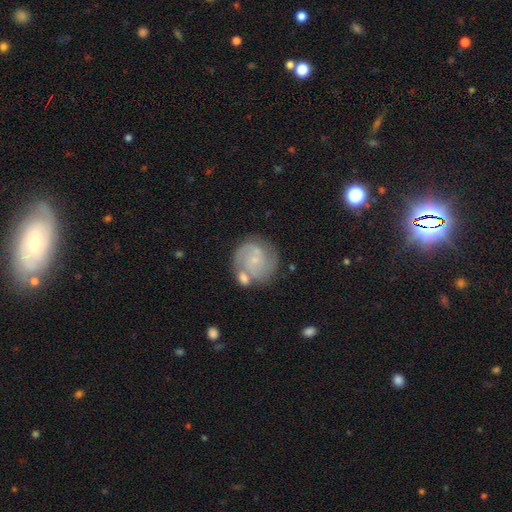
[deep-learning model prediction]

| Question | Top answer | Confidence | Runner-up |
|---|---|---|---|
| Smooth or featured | featured or disk | 68% | smooth (26%) |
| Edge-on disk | no | 98% | yes (2%) |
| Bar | no | 68% | weak (28%) |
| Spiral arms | yes | 88% | no (12%) |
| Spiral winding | tight | 46% | medium (40%) |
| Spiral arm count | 2 | 51% | can't tell (21%) |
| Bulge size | small | 74% | moderate (14%) |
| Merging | none | 58% | merger (18%) |